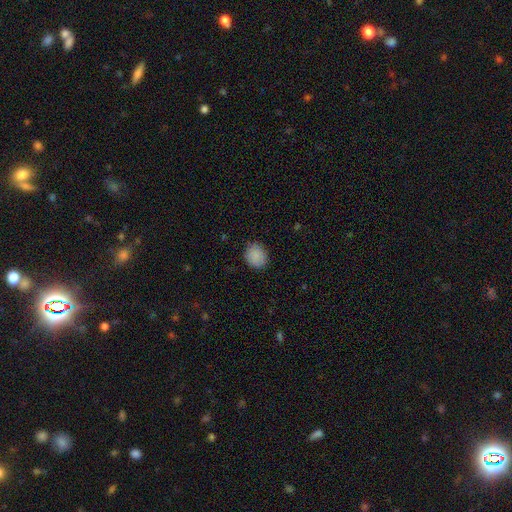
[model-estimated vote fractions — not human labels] A smooth galaxy with no disk features (88%) that is round (65%). Merging: none (84%).